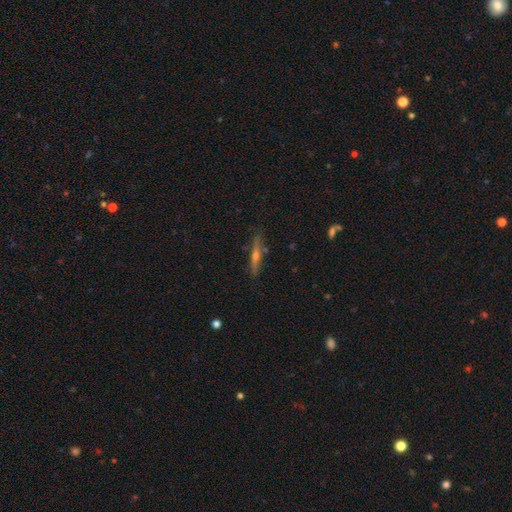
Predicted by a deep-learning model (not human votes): A featured or disk galaxy (65%) viewed edge-on (95%) with a rounded central bulge (82%).

Vote fractions:
- Smooth or featured? featured or disk: 65% / smooth: 27% / star or artifact: 8%
- Edge-on disk? yes: 95% / no: 5%
- Edge-on bulge? rounded: 82% / none: 13% / boxy: 5%
- Merging? none: 83% / minor disturbance: 12% / major disturbance: 3% / merger: 2%